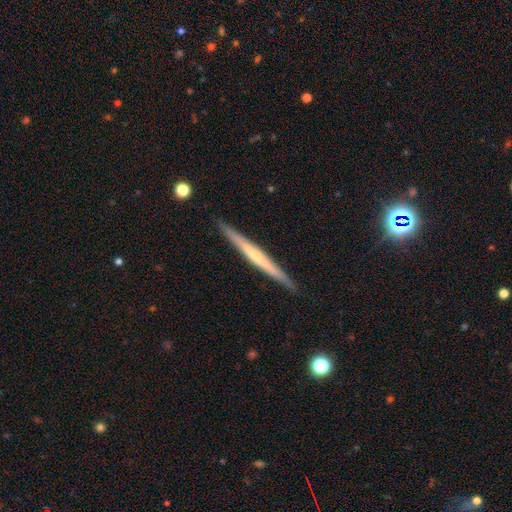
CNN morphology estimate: A featured or disk galaxy (66%) viewed edge-on (98%) with a rounded central bulge (50%). Merging: none (91%).